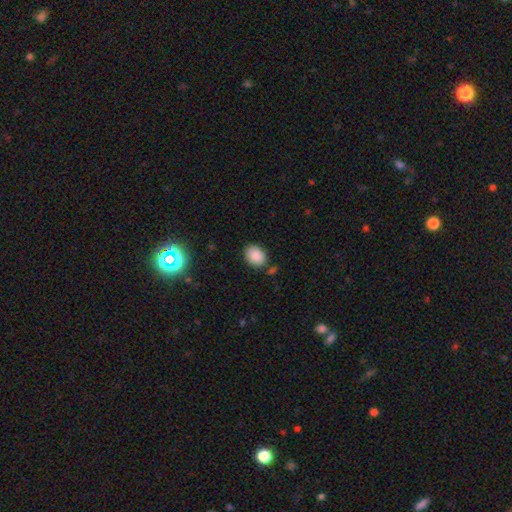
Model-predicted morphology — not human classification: This is clearly a smooth galaxy (87%). How rounded: likely in between (67%). Merging: likely none (79%).